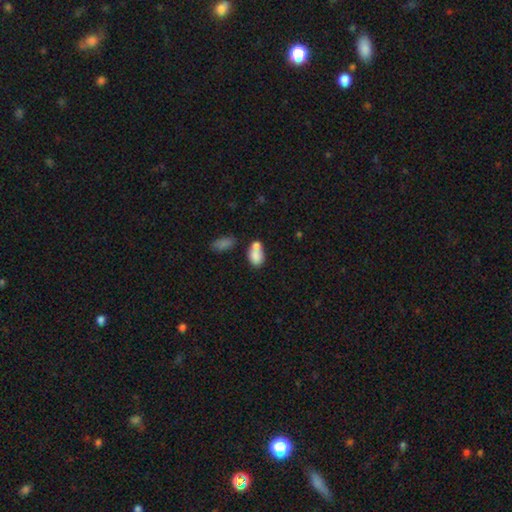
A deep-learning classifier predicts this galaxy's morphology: Smooth or featured? smooth (79%)
How rounded? in between (75%)
Merging? merger (55%)